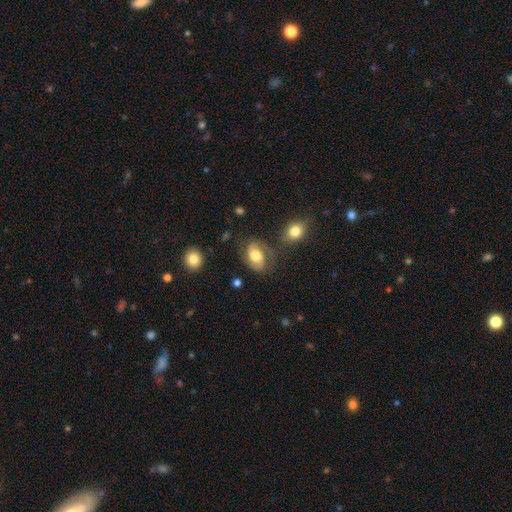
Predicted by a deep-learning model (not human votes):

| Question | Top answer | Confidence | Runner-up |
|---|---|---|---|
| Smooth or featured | featured or disk | 51% | smooth (41%) |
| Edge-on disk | no | 96% | yes (4%) |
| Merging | none | 59% | minor disturbance (22%) |